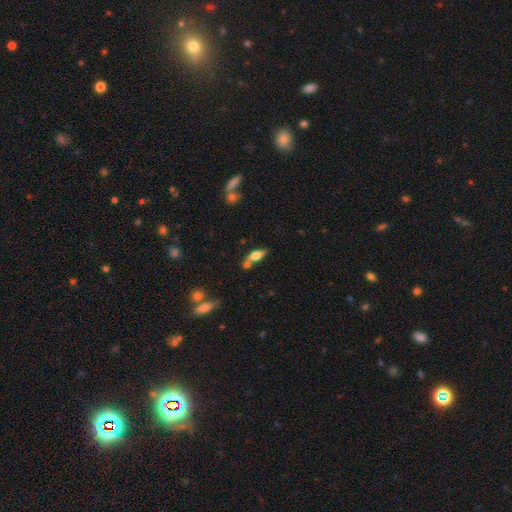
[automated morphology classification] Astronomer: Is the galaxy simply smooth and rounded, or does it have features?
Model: smooth — 65%.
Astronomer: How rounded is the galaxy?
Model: in between — 74%.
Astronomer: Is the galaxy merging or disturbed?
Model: none — 52%.